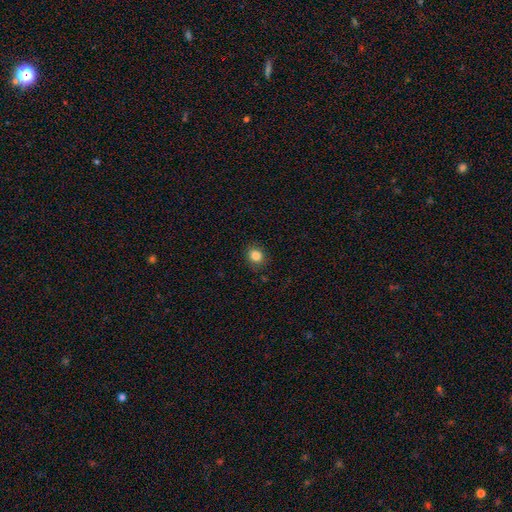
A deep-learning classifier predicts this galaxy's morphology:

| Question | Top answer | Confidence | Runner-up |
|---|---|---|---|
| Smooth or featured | smooth | 85% | star or artifact (11%) |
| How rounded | round | 69% | in between (30%) |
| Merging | none | 86% | minor disturbance (11%) |